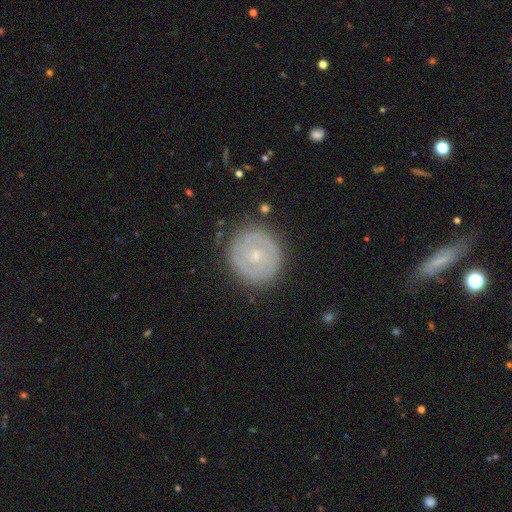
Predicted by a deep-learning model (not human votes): Smooth or featured?
  - featured or disk: 69% *
  - smooth: 25%
  - star or artifact: 6%
Edge-on disk?
  - no: 97% *
  - yes: 3%
Bar?
  - no: 77% *
  - weak: 19%
  - strong: 4%
Spiral arms?
  - yes: 74% *
  - no: 26%
Bulge size?
  - small: 71% *
  - moderate: 25%
  - none: 2%
  - large: 1%
  - dominant: 1%
Merging?
  - none: 85% *
  - minor disturbance: 11%
  - major disturbance: 3%
  - merger: 1%